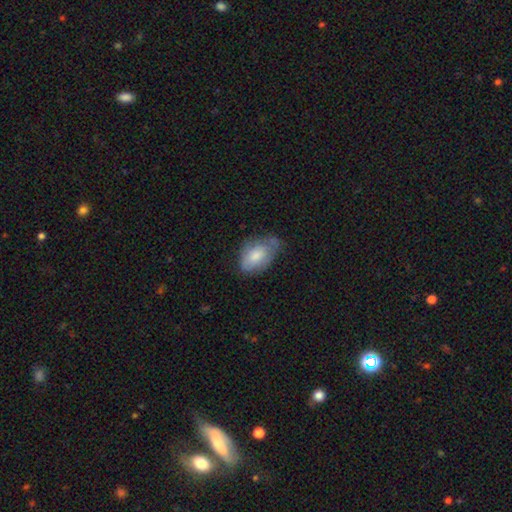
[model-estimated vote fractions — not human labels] Smooth or featured? Predicted: smooth (p=0.70). How rounded? Predicted: in between (p=0.91). Merging? Predicted: none (p=0.47).